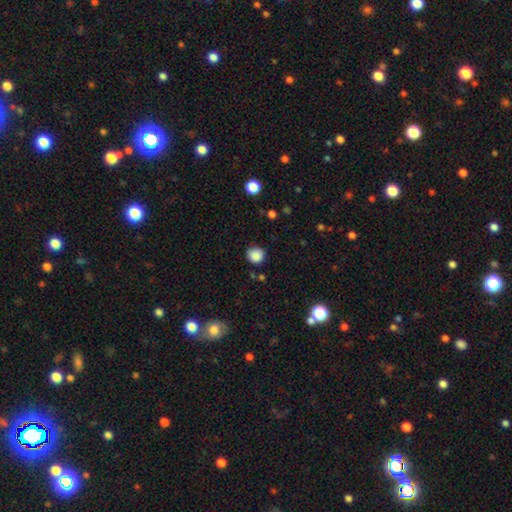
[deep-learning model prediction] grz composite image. It shows a smooth galaxy with no disk features (86%) that is round (90%). Merging: none (81%).